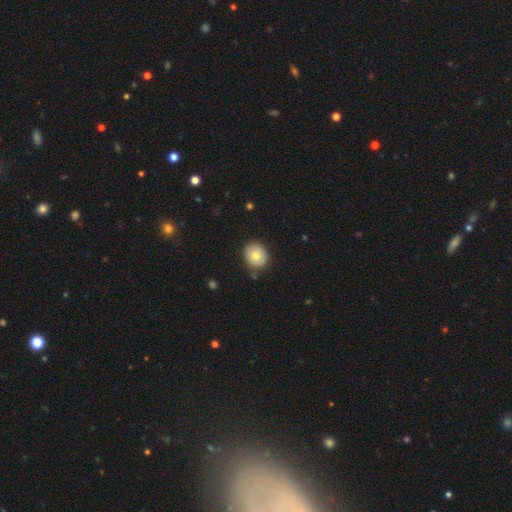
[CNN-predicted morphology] A smooth galaxy with no disk features (73%) that is round (74%).

Vote fractions:
- Smooth or featured? smooth: 73% / featured or disk: 19% / star or artifact: 8%
- How rounded? round: 74% / in between: 26% / cigar-shaped: 1%
- Merging? none: 83% / minor disturbance: 12% / major disturbance: 3% / merger: 2%